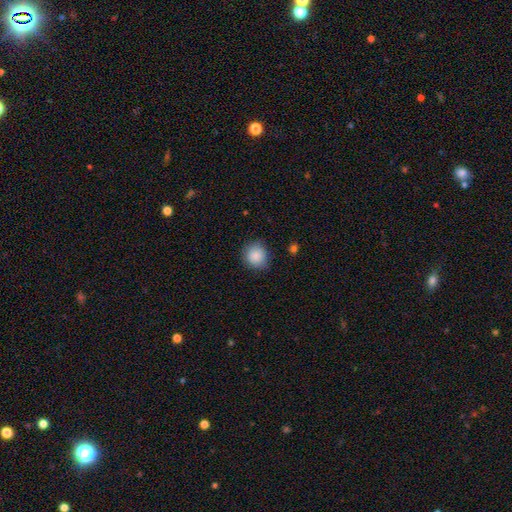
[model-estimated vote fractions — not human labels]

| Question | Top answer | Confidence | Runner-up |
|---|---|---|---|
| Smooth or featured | smooth | 88% | star or artifact (8%) |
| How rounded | round | 87% | in between (12%) |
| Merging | none | 83% | minor disturbance (13%) |